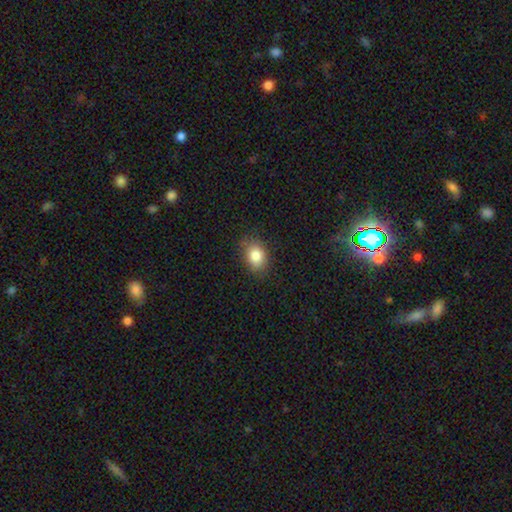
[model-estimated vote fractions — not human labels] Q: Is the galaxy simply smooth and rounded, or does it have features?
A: smooth — 84%.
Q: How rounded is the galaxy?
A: in between — 63%.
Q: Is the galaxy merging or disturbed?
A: none — 80%.